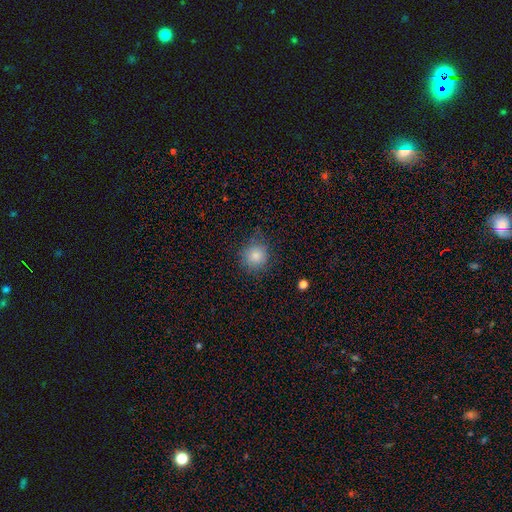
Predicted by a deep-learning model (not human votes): A smooth galaxy with no disk features (84%) that is round (88%).

Vote fractions:
- Smooth or featured? smooth: 84% / star or artifact: 10% / featured or disk: 6%
- How rounded? round: 88% / in between: 11% / cigar-shaped: 1%
- Merging? none: 78% / minor disturbance: 16% / major disturbance: 5% / merger: 1%